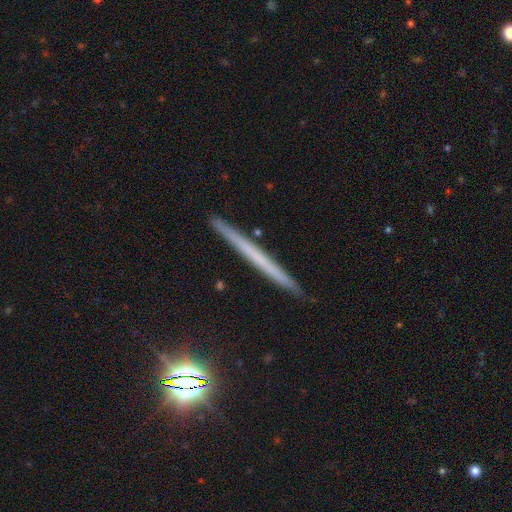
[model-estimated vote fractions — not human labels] Q: Smooth or featured?
A: featured or disk (49%); runner-up: smooth (42%)
Q: Merging?
A: none (91%); runner-up: minor disturbance (6%)